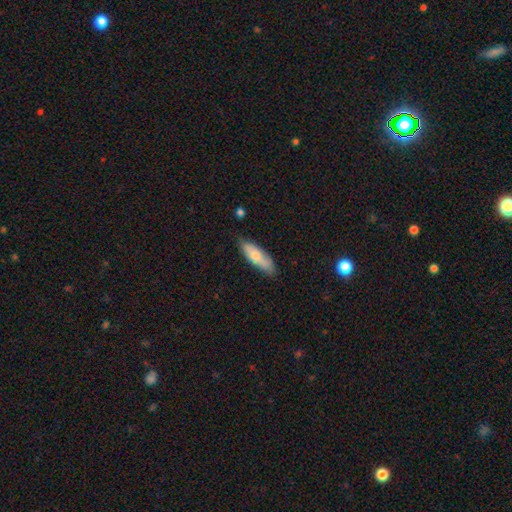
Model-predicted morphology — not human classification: This is likely a smooth galaxy (71%). How rounded: possibly in between (55%). Merging: likely none (71%).